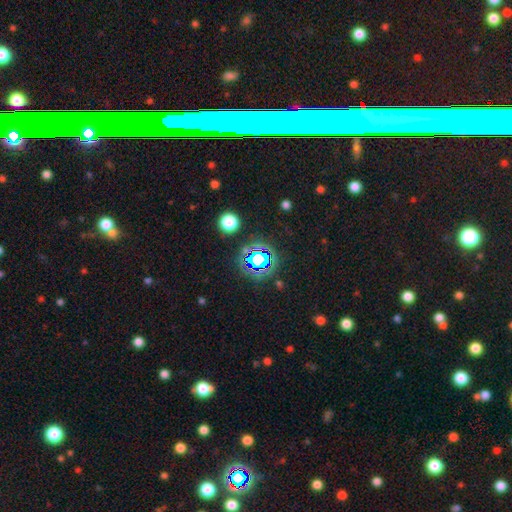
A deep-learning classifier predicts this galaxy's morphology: This appears to be a star or artifact, not a galaxy (69%).